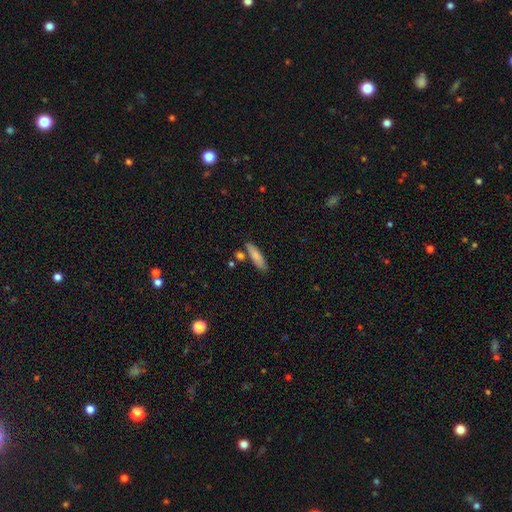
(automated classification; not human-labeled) Smooth or featured? smooth (80%)
How rounded? cigar-shaped (59%)
Merging? none (76%)